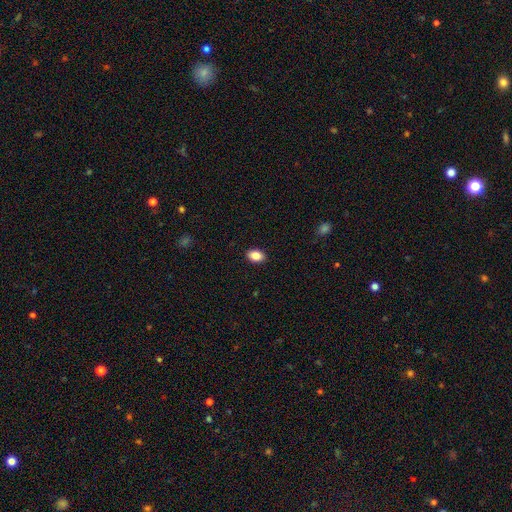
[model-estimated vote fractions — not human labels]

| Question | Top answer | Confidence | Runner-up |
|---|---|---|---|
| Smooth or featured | smooth | 86% | star or artifact (8%) |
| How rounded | in between | 86% | round (13%) |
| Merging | none | 90% | minor disturbance (7%) |